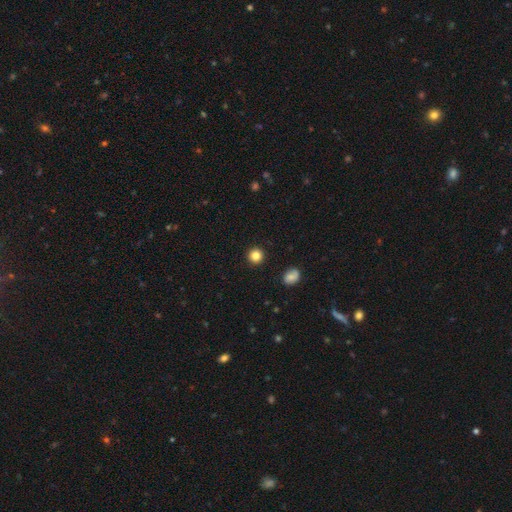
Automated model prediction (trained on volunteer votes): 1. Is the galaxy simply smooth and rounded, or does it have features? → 83% smooth, 11% star or artifact, 5% featured or disk.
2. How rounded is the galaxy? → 94% round, 5% in between, 1% cigar-shaped.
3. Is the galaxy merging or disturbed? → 92% none, 5% minor disturbance, 2% major disturbance, 1% merger.